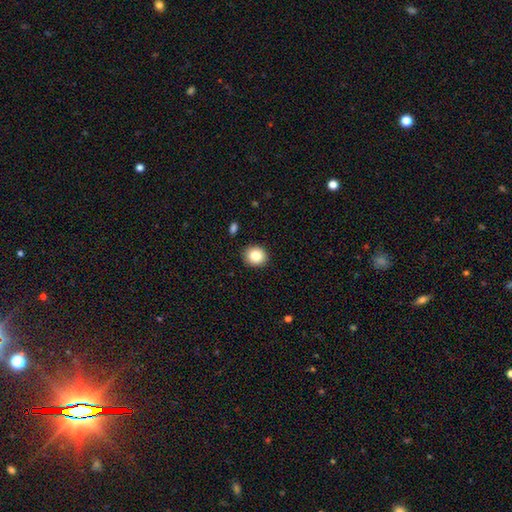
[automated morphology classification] smooth 84%, star or artifact 9%, featured or disk 7%. Down the decision tree: how rounded — round (82%); merging — none (90%).